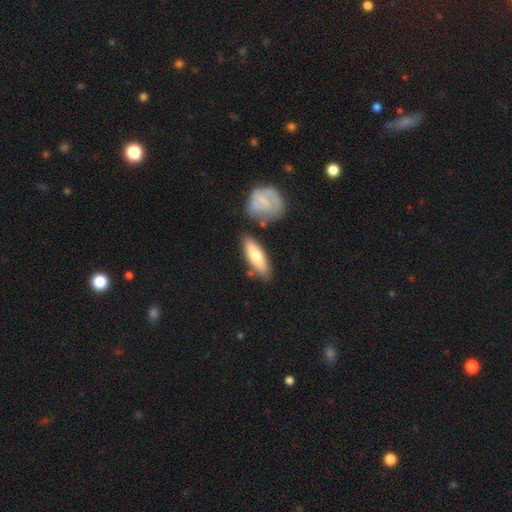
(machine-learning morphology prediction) This appears to be a smooth galaxy with no disk features (67%) that is cigar-shaped (50%). Merging: none (73%).